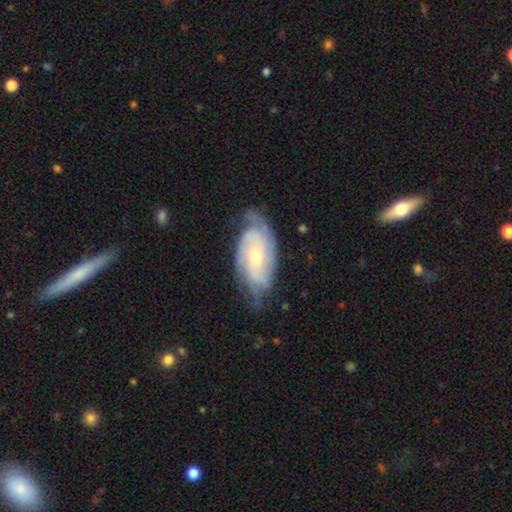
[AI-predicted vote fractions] The model was most divided on "spiral arm count": 2: 35%, can't tell: 27%, 3: 23%, 4: 8%, 1: 4%, more than 4: 4%. More confident: spiral arms — yes (95%); edge-on disk — no (95%); smooth or featured — featured or disk (83%); merging — none (66%); bar — no (63%); spiral winding — tight (59%); bulge size — small (52%).